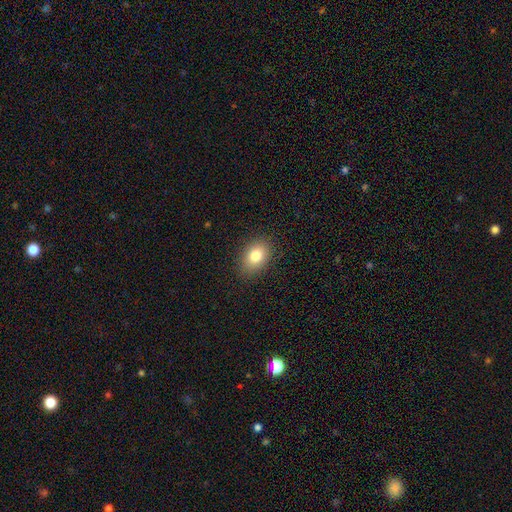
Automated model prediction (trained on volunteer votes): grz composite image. It shows a smooth galaxy with no disk features (81%) that is in between round and cigar-shaped (78%). Merging: none (87%).